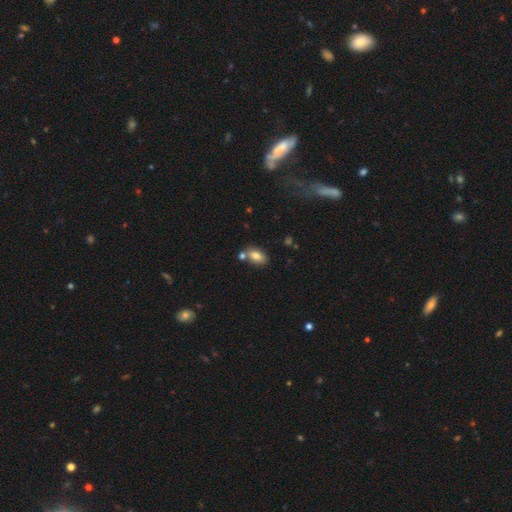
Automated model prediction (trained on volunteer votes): smooth 78%, featured or disk 13%, star or artifact 9%. Down the decision tree: how rounded — in between (88%); merging — none (64%).